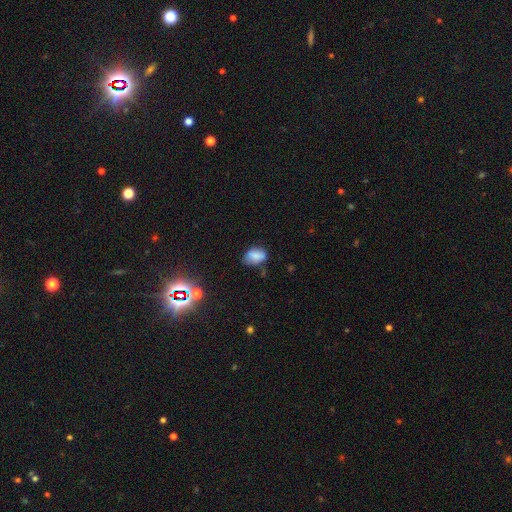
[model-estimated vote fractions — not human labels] This is likely a smooth galaxy (77%). How rounded: clearly in between (82%). Merging: possibly none (56%).